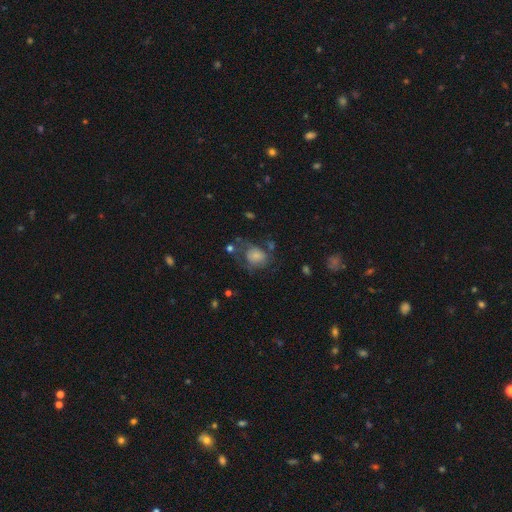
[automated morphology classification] Overall: smooth (64%; featured or disk 26%). How rounded: in between (50%; round 49%). Merging: none (34%; major disturbance 33%).